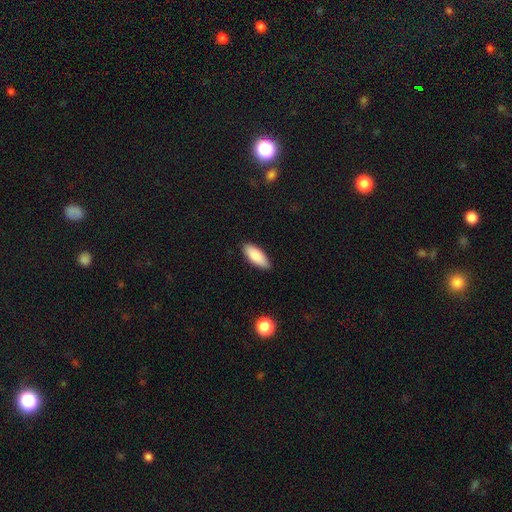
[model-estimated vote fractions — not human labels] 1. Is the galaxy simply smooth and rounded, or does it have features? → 87% smooth, 7% featured or disk, 6% star or artifact.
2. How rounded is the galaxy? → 80% in between, 18% cigar-shaped, 2% round.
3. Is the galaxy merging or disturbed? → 86% none, 11% minor disturbance, 2% major disturbance, 1% merger.